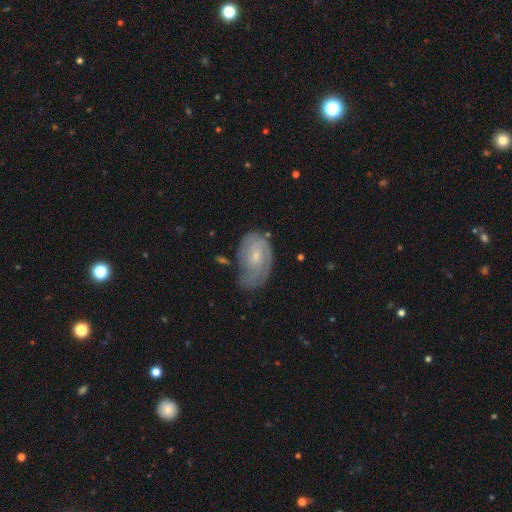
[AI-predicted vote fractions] Smooth or featured? featured or disk (66%)
Edge-on disk? no (96%)
Bar? no (62%)
Spiral arms? yes (85%)
Spiral winding? tight (62%)
Spiral arm count? can't tell (39%)
Bulge size? small (64%)
Merging? none (58%)